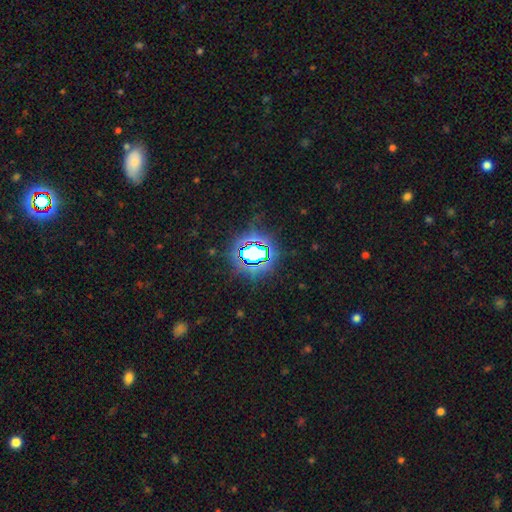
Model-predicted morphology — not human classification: This appears to be a star or artifact, not a galaxy (72%).